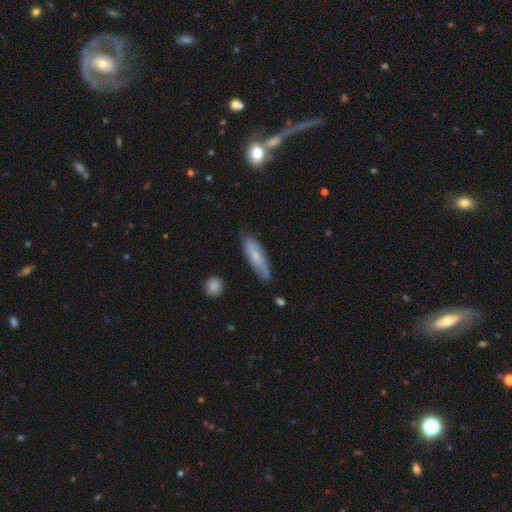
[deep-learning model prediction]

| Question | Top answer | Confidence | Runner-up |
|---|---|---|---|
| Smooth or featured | smooth | 64% | featured or disk (30%) |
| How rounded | cigar-shaped | 61% | in between (37%) |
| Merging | none | 74% | minor disturbance (21%) |